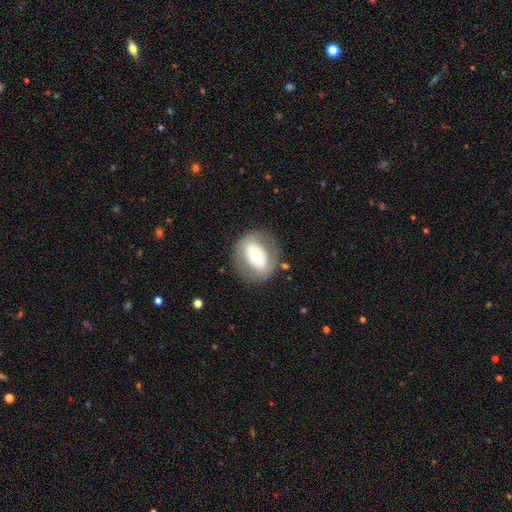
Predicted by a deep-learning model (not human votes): Q: Smooth or featured?
A: smooth (50%); runner-up: featured or disk (43%)
Q: Merging?
A: none (80%); runner-up: minor disturbance (12%)